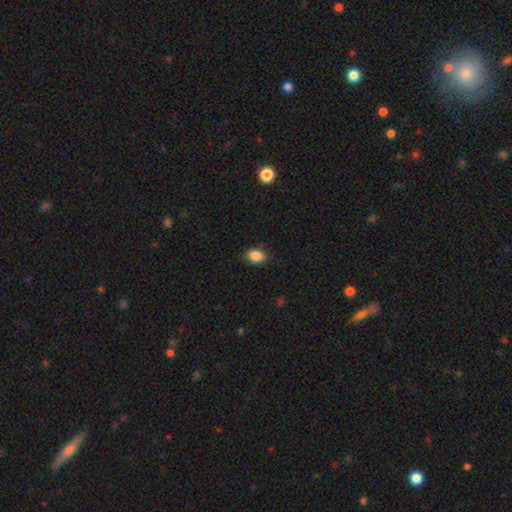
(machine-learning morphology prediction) This appears to be a smooth galaxy with no disk features (87%) that is in between round and cigar-shaped (75%). Merging: none (81%).